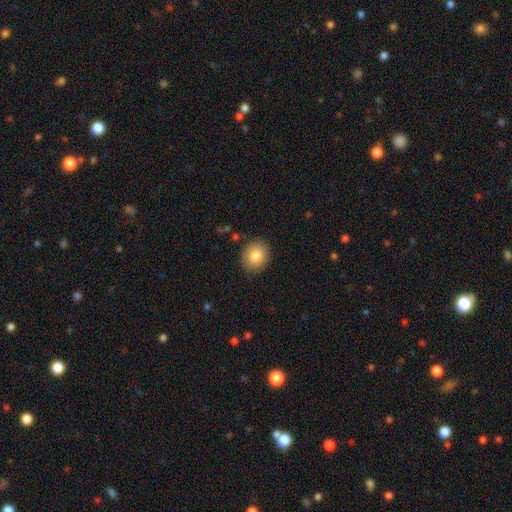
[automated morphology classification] smooth_or_featured: smooth (p=0.83) [alt: featured or disk p=0.09]
how_rounded: round (p=0.66) [alt: in between p=0.34]
merging: none (p=0.86) [alt: minor disturbance p=0.10]